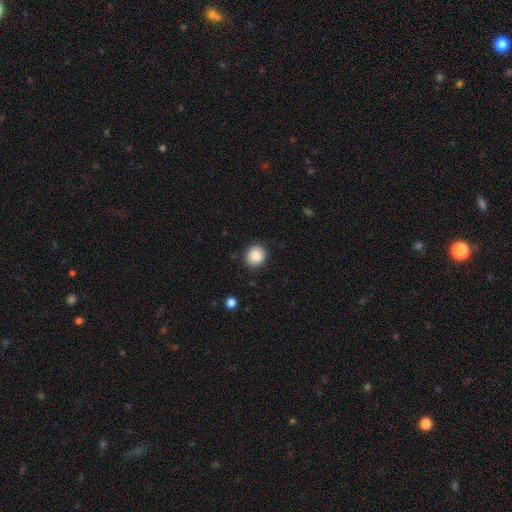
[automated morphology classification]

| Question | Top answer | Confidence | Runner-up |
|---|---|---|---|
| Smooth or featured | smooth | 87% | star or artifact (9%) |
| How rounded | round | 80% | in between (19%) |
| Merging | none | 89% | minor disturbance (8%) |